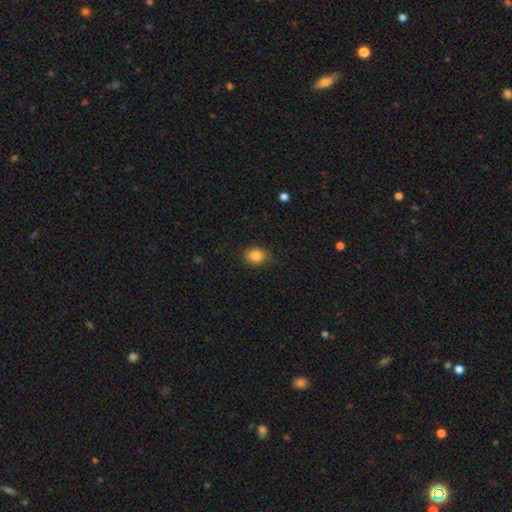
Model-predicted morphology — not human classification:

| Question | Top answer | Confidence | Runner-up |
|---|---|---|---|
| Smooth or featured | smooth | 86% | star or artifact (9%) |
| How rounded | in between | 53% | round (46%) |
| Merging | none | 83% | minor disturbance (13%) |